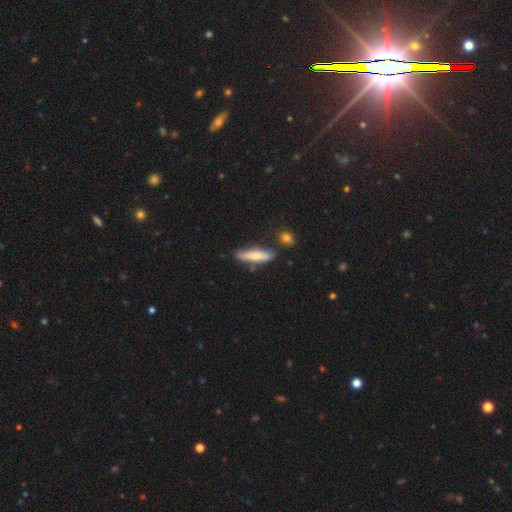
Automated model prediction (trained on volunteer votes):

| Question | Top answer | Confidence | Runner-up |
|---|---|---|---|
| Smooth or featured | smooth | 74% | featured or disk (20%) |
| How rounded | cigar-shaped | 73% | in between (25%) |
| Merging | none | 70% | minor disturbance (19%) |